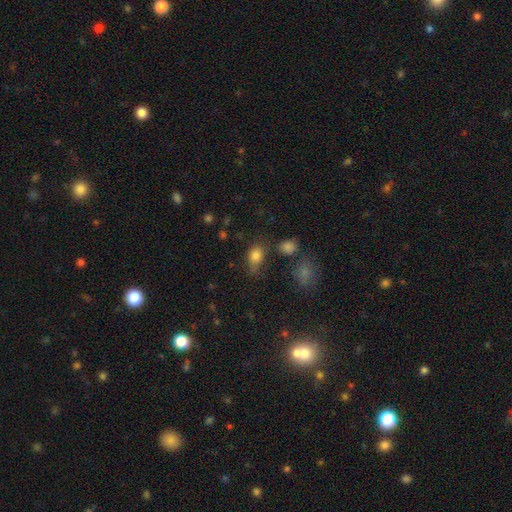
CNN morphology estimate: Smooth or featured: smooth — 82% (star or artifact — 12%)
How rounded: in between — 69% (round — 29%)
Merging: none — 60% (minor disturbance — 24%)